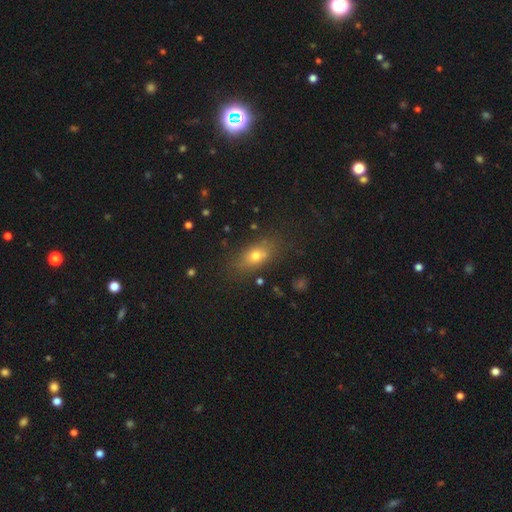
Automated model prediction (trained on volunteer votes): A smooth galaxy with no disk features (70%) that is in between round and cigar-shaped (74%). Merging: none (78%).